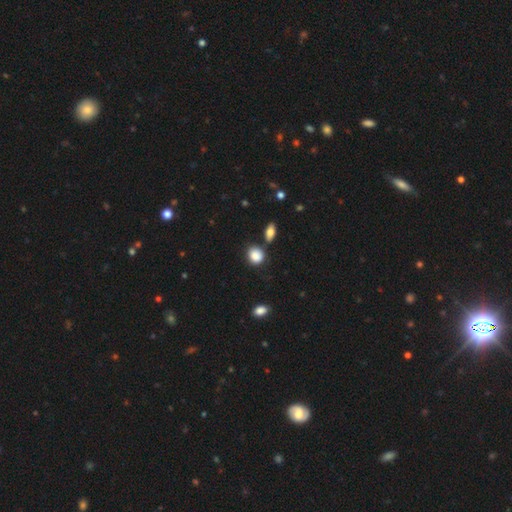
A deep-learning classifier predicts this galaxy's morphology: A smooth galaxy with no disk features (86%) that is round (68%).

Vote fractions:
- Smooth or featured? smooth: 86% / star or artifact: 9% / featured or disk: 6%
- How rounded? round: 68% / in between: 31% / cigar-shaped: 2%
- Merging? none: 71% / minor disturbance: 17% / merger: 8% / major disturbance: 4%